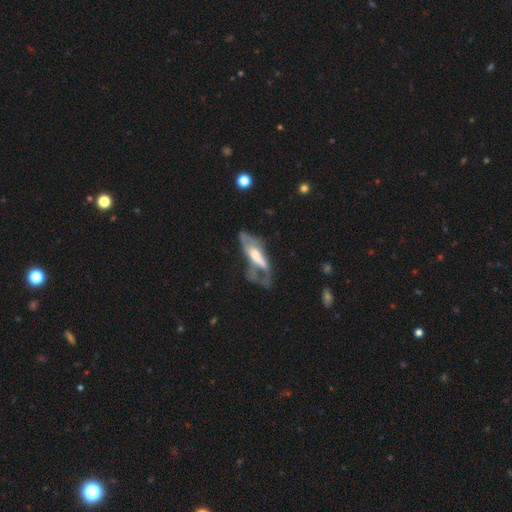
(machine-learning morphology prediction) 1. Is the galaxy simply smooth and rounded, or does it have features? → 63% featured or disk, 29% smooth, 7% star or artifact.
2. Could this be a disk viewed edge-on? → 62% no, 38% yes.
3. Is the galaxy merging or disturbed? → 47% major disturbance, 25% none, 20% minor disturbance, 8% merger.